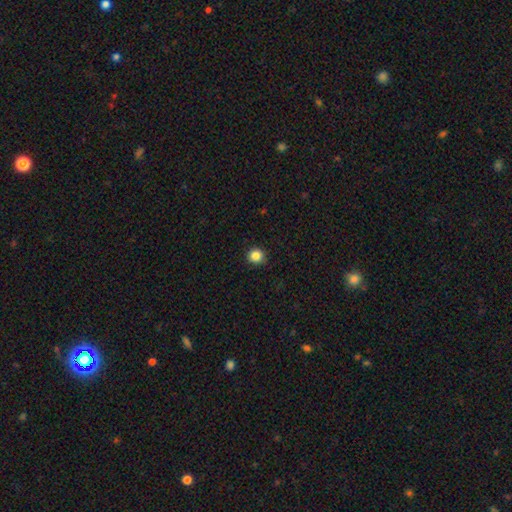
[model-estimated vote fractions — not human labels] A smooth galaxy with no disk features (85%) that is round (93%). Merging: none (91%).